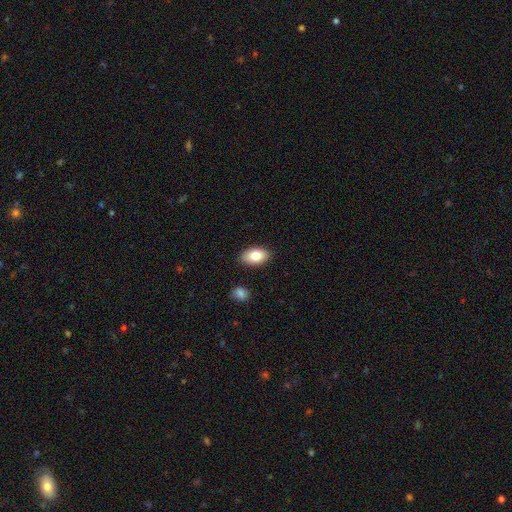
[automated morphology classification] smooth_or_featured: smooth (p=0.83) [alt: featured or disk p=0.10]
how_rounded: in between (p=0.93) [alt: round p=0.05]
merging: none (p=0.87) [alt: minor disturbance p=0.09]